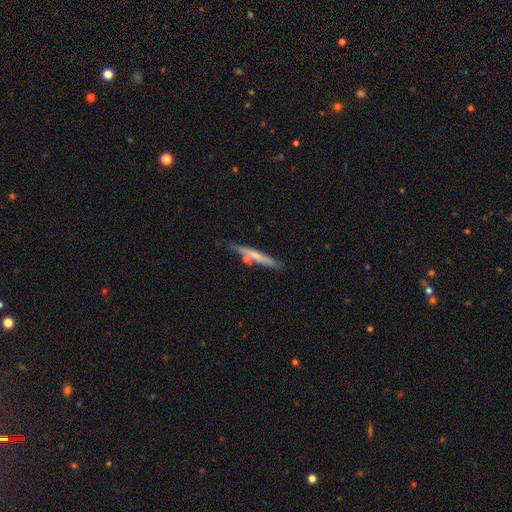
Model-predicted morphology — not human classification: type=smooth (53%); roundness=cigar-shaped (94%); merging=none (76%).